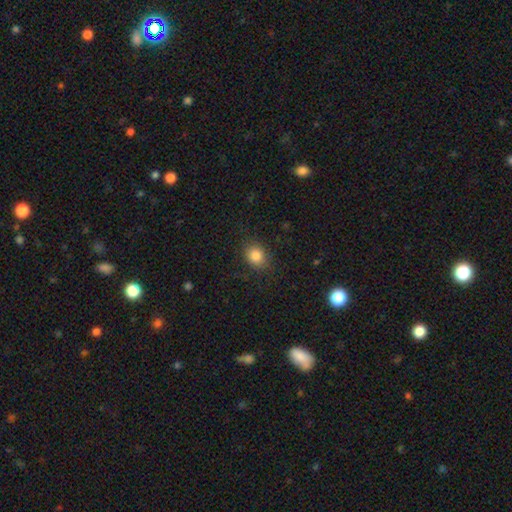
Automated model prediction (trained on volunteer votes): Q: Smooth or featured?
A: smooth (84%); runner-up: star or artifact (10%)
Q: How rounded?
A: round (64%); runner-up: in between (35%)
Q: Merging?
A: none (85%); runner-up: minor disturbance (10%)